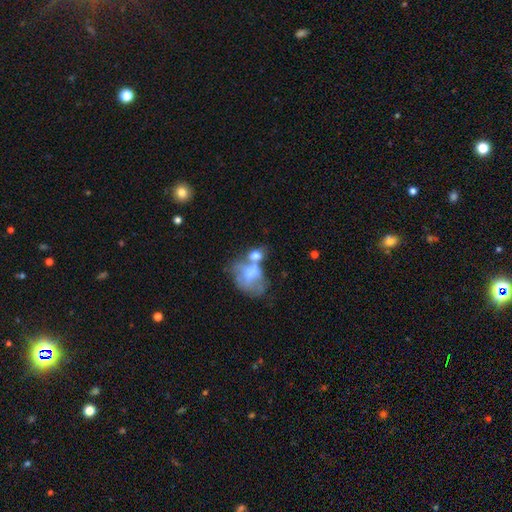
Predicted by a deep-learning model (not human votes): A smooth galaxy with no disk features (57%) that is in between round and cigar-shaped (71%).

Vote fractions:
- Smooth or featured? smooth: 57% / featured or disk: 34% / star or artifact: 10%
- How rounded? in between: 71% / round: 28% / cigar-shaped: 2%
- Merging? merger: 57% / none: 17% / major disturbance: 14% / minor disturbance: 11%